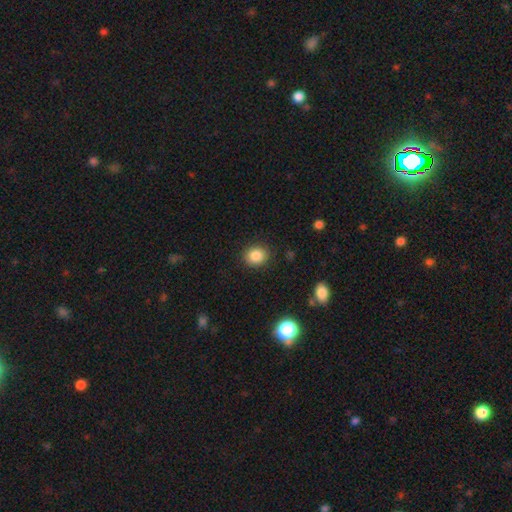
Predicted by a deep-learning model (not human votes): A smooth galaxy with no disk features (86%) that is round (75%).

Vote fractions:
- Smooth or featured? smooth: 86% / star or artifact: 10% / featured or disk: 5%
- How rounded? round: 75% / in between: 24% / cigar-shaped: 1%
- Merging? none: 89% / minor disturbance: 8% / major disturbance: 2% / merger: 1%